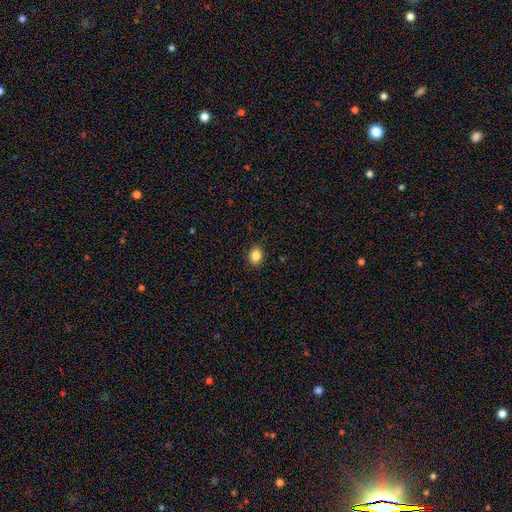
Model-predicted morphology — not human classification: A smooth galaxy with no disk features (86%) that is round (51%). Merging: none (89%).